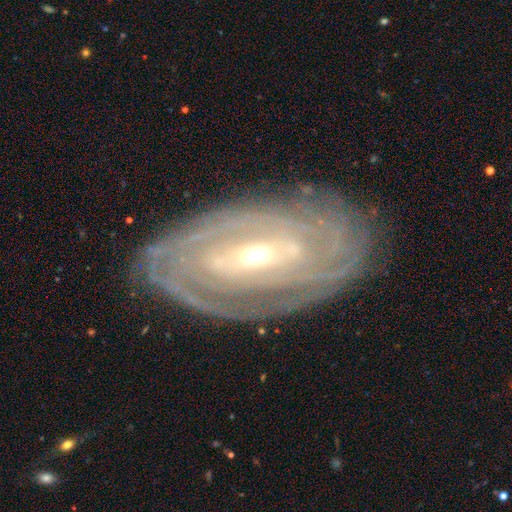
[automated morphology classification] This is clearly a featured or disk galaxy (86%). It is clearly not viewed edge-on (90%). Bar: marginally no (35%, tied with weak). Spiral arm pattern: clearly yes (89%). Spiral arm count: marginally can't tell (38%). Spiral winding: likely tight (77%). Central bulge: possibly small (49%). Merging: likely none (76%).